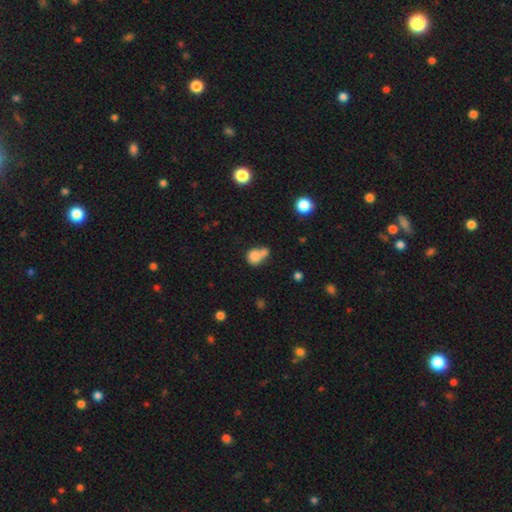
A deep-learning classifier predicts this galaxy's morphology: smooth-or-featured: smooth: 79% | featured or disk: 10% | star or artifact: 10%
  how-rounded: round: 69% | in between: 30% | cigar-shaped: 1%
  merging: merger: 55% | none: 30% | minor disturbance: 10% | major disturbance: 5%